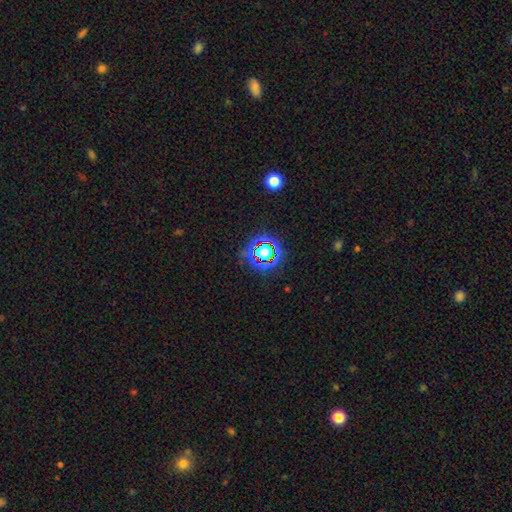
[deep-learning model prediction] Morphology: type=star or artifact (75%).